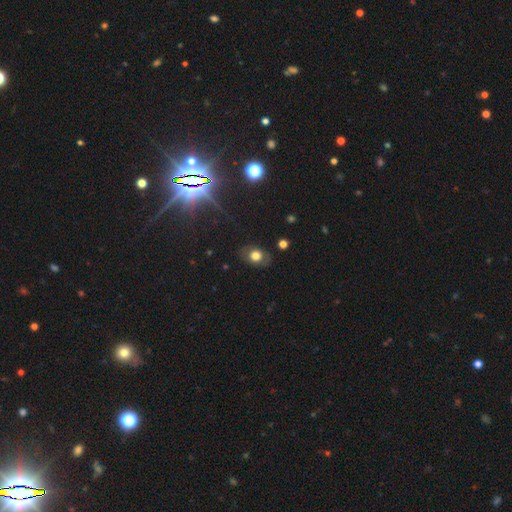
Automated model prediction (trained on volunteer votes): This appears to be a smooth galaxy with no disk features (66%) that is in between round and cigar-shaped (69%). Merging: none (83%).